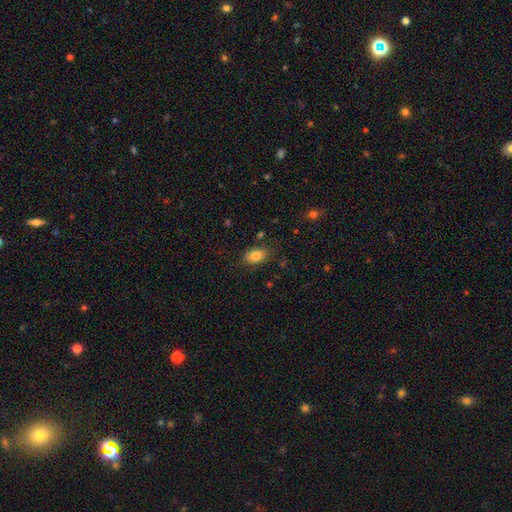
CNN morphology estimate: smooth-or-featured: smooth: 83% | star or artifact: 9% | featured or disk: 8%
  how-rounded: in between: 84% | round: 15% | cigar-shaped: 1%
  merging: none: 82% | minor disturbance: 13% | major disturbance: 3% | merger: 2%